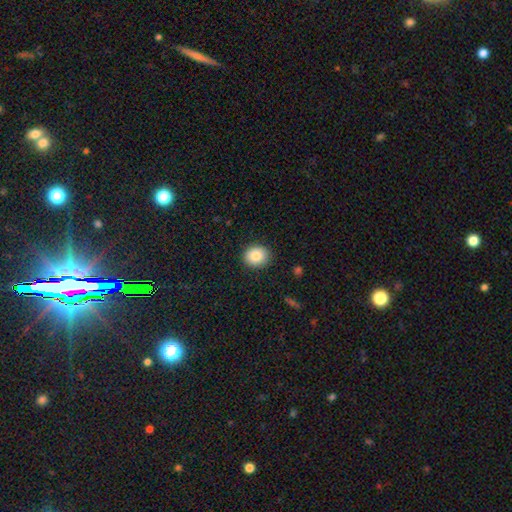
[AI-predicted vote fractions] Overall: smooth (84%). How rounded: round (73%). Merging: none (89%).